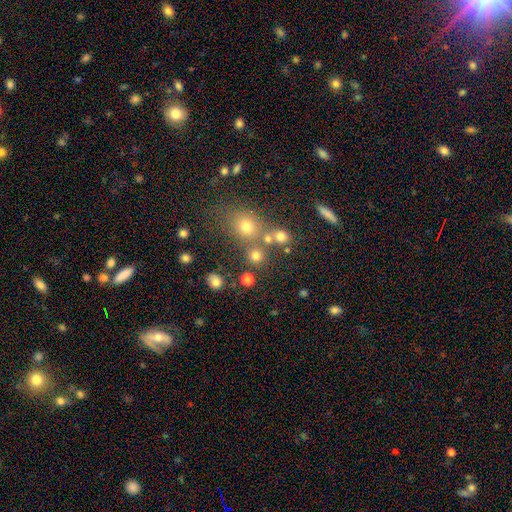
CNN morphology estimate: A smooth galaxy with no disk features (75%) that is round (89%).

Vote fractions:
- Smooth or featured? smooth: 75% / star or artifact: 17% / featured or disk: 8%
- How rounded? round: 89% / in between: 10% / cigar-shaped: 1%
- Merging? none: 68% / merger: 20% / minor disturbance: 8% / major disturbance: 4%